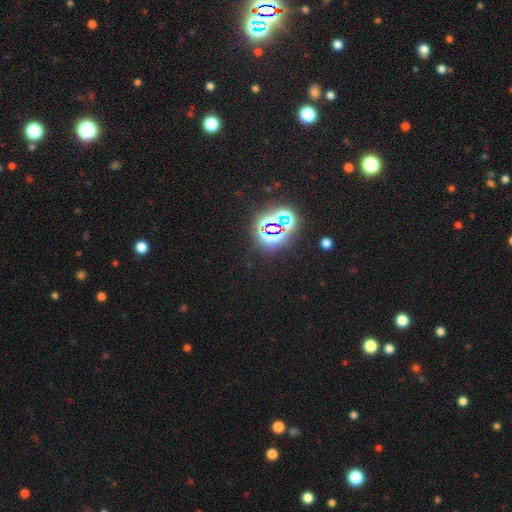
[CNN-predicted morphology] Smooth or featured? Predicted: star or artifact (p=0.77).